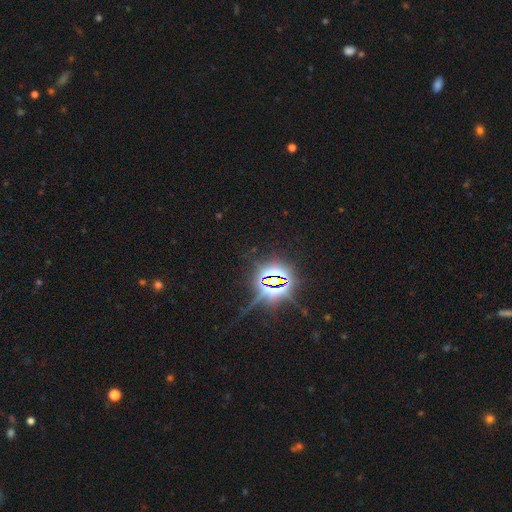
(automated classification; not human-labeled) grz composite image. It shows a star or artifact, not a galaxy (85%).